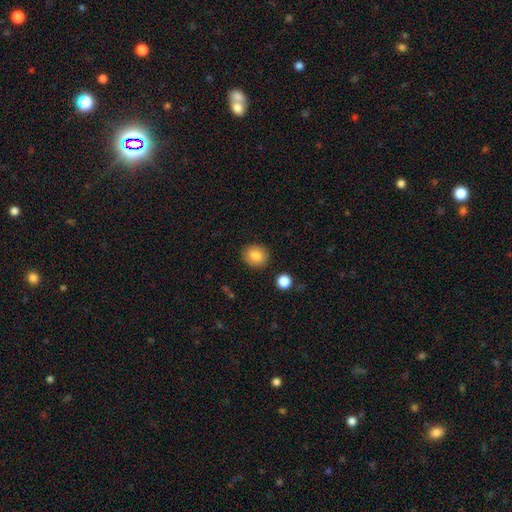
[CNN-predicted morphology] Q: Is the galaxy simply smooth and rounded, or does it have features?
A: smooth — 83%.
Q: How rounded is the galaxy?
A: round — 77%.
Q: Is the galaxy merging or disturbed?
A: none — 88%.